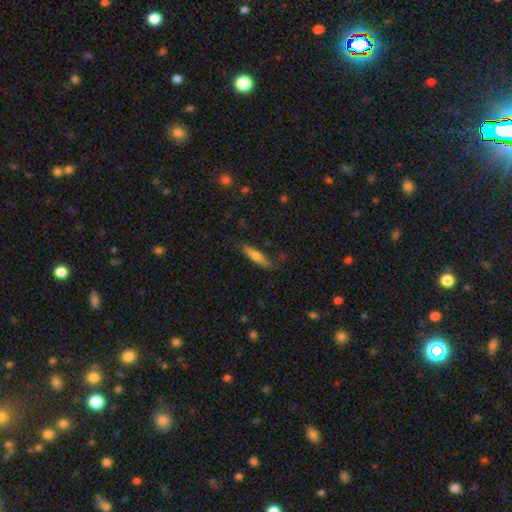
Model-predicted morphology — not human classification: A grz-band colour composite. It shows a smooth galaxy with no disk features (60%) that is cigar-shaped (82%). Merging: none (83%).